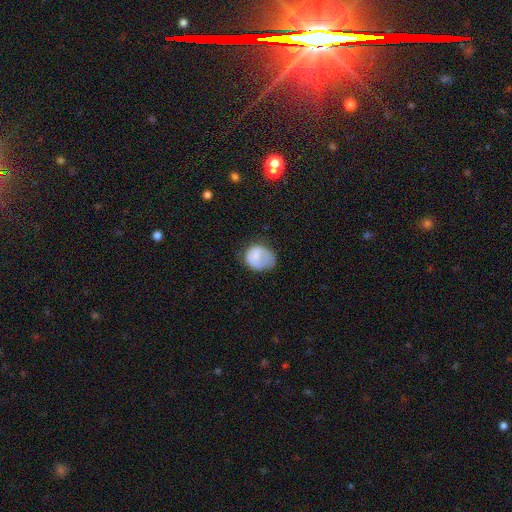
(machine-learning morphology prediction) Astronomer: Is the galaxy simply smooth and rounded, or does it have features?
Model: smooth — 71%.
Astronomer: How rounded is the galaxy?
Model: round — 51% (runner-up: in between, 48%).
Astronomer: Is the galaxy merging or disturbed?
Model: minor disturbance — 37% (runner-up: none, 34%).